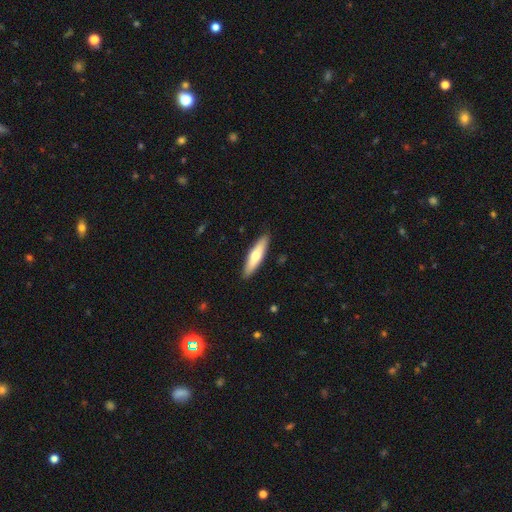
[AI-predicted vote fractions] Overall: smooth (59%; featured or disk 36%). How rounded: cigar-shaped (74%). Merging: none (90%).